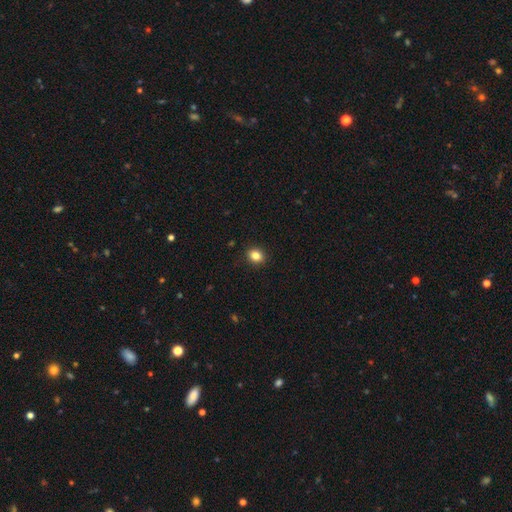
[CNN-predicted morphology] Smooth or featured: smooth — 84% (star or artifact — 11%)
How rounded: round — 60% (in between — 39%)
Merging: none — 91% (minor disturbance — 6%)